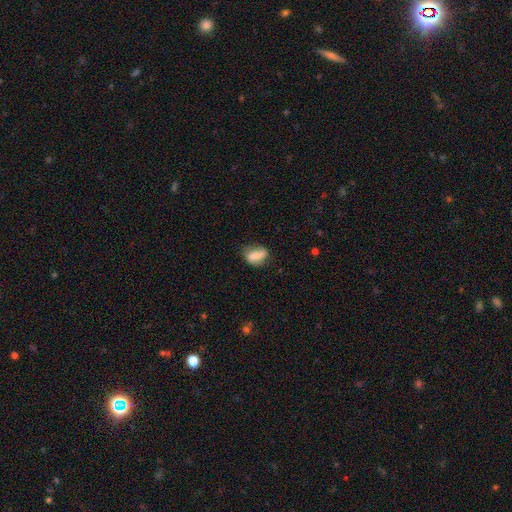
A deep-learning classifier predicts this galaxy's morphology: type=smooth (61%); roundness=in between (77%); merging=none (59%).